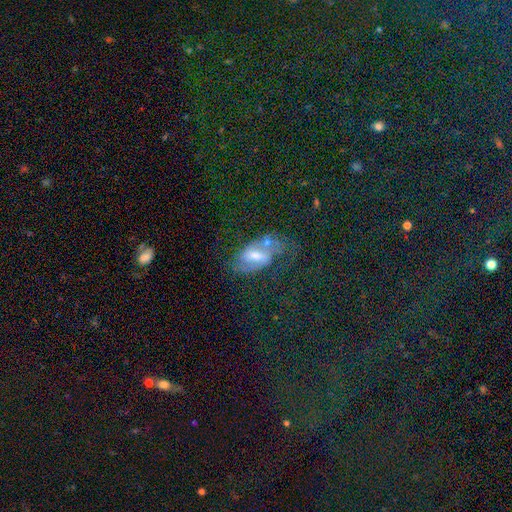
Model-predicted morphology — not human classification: Overall: featured or disk (54%; smooth 30%). Edge-on disk: no (90%). Merging: none (43%; major disturbance 24%).